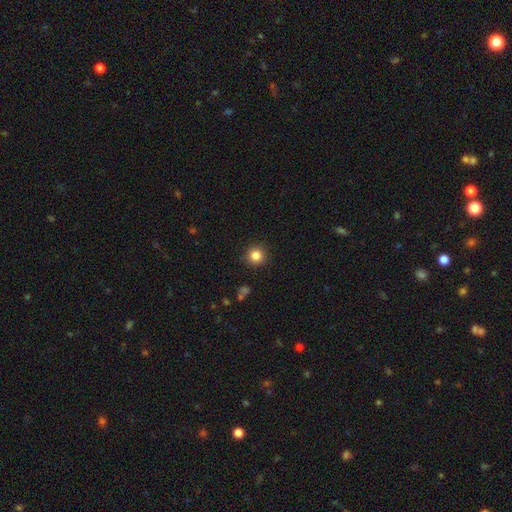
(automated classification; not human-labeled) smooth-or-featured: smooth: 83% | star or artifact: 11% | featured or disk: 5%
  how-rounded: round: 94% | in between: 5% | cigar-shaped: 1%
  merging: none: 90% | minor disturbance: 6% | major disturbance: 2% | merger: 1%